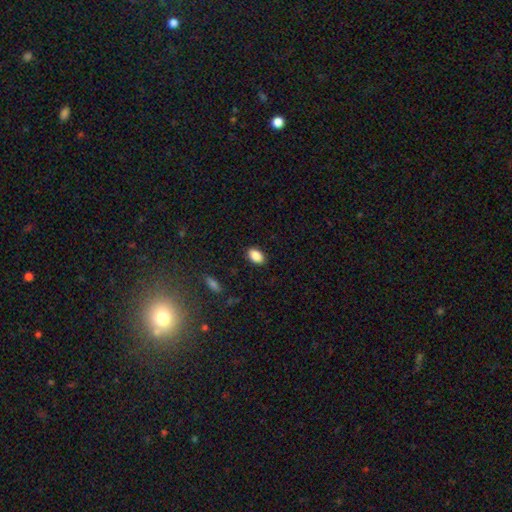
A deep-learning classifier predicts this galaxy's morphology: A smooth galaxy with no disk features (88%) that is in between round and cigar-shaped (89%).

Vote fractions:
- Smooth or featured? smooth: 88% / star or artifact: 8% / featured or disk: 4%
- How rounded? in between: 89% / round: 9% / cigar-shaped: 2%
- Merging? none: 87% / minor disturbance: 9% / major disturbance: 2% / merger: 1%